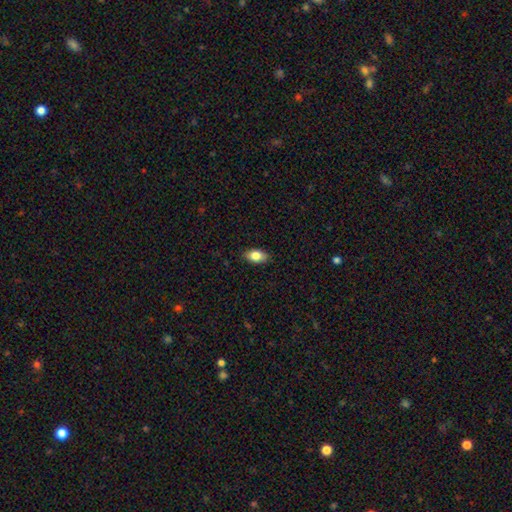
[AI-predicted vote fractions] Smooth or featured? smooth (83%)
How rounded? in between (91%)
Merging? none (87%)